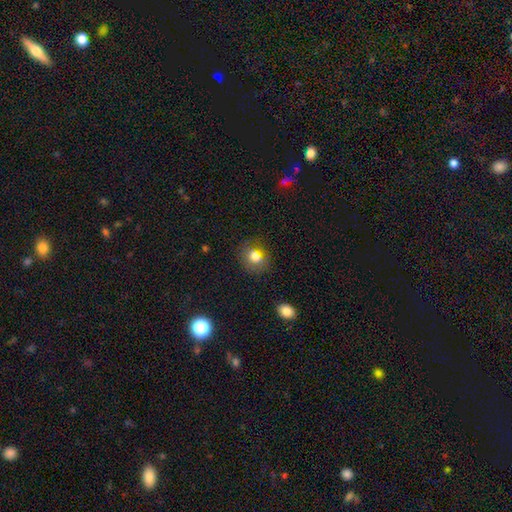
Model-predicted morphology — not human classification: Smooth or featured? smooth (79%)
How rounded? round (69%)
Merging? none (79%)